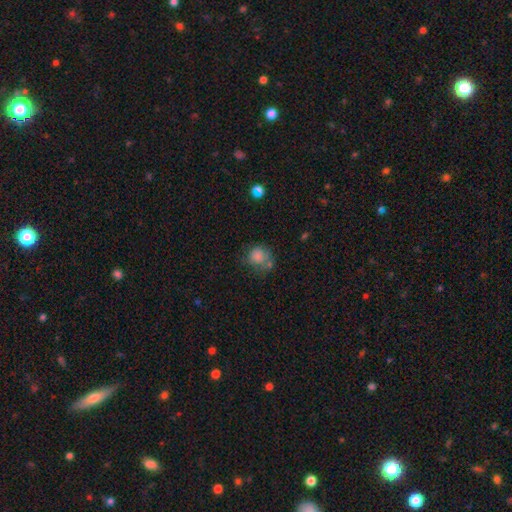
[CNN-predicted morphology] Smooth or featured: smooth — 73% (star or artifact — 15%)
How rounded: round — 78% (in between — 21%)
Merging: none — 51% (minor disturbance — 22%)